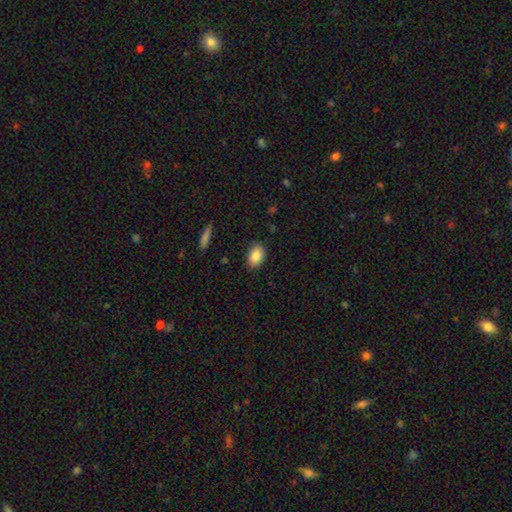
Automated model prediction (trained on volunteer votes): Smooth or featured: smooth — 87% (star or artifact — 8%)
How rounded: in between — 83% (round — 16%)
Merging: none — 85% (minor disturbance — 11%)